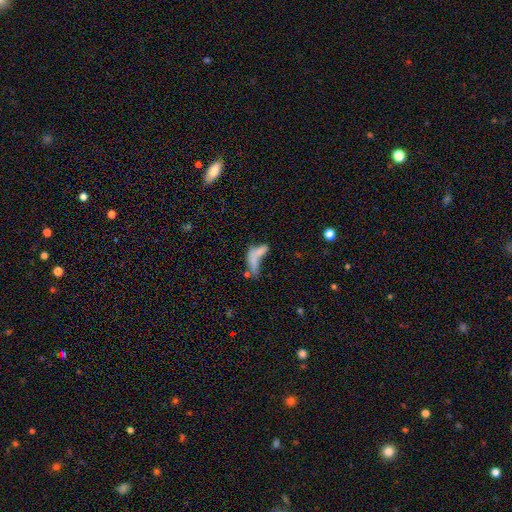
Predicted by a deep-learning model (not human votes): Smooth or featured?
  - smooth: 60% *
  - featured or disk: 26%
  - star or artifact: 14%
How rounded?
  - in between: 57% *
  - cigar-shaped: 38%
  - round: 5%
Merging?
  - merger: 46% *
  - major disturbance: 22%
  - none: 20%
  - minor disturbance: 12%